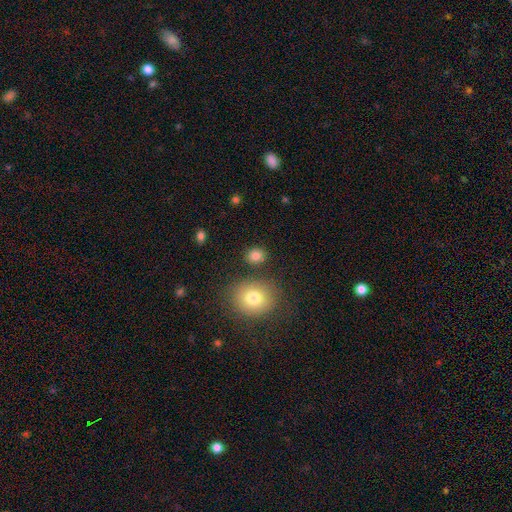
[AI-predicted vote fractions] Smooth or featured? smooth (83%)
How rounded? round (67%)
Merging? none (82%)